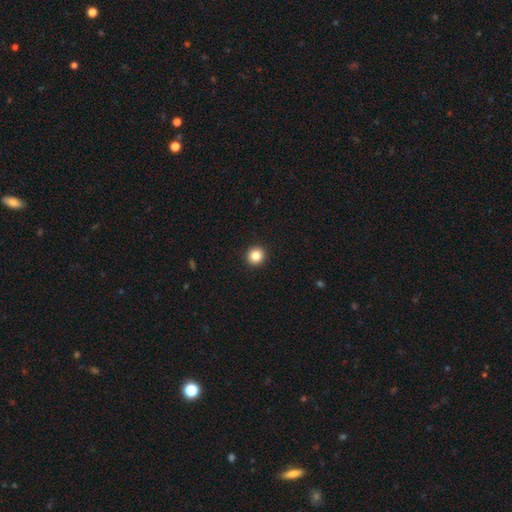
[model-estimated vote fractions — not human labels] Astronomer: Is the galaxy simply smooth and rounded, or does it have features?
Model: smooth — 84%.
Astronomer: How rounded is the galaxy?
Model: round — 95%.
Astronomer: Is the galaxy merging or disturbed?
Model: none — 94%.